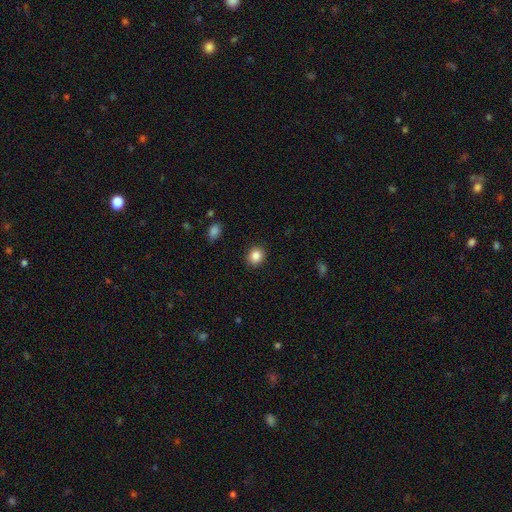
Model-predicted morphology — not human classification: A smooth galaxy with no disk features (87%) that is round (73%). Merging: none (89%).